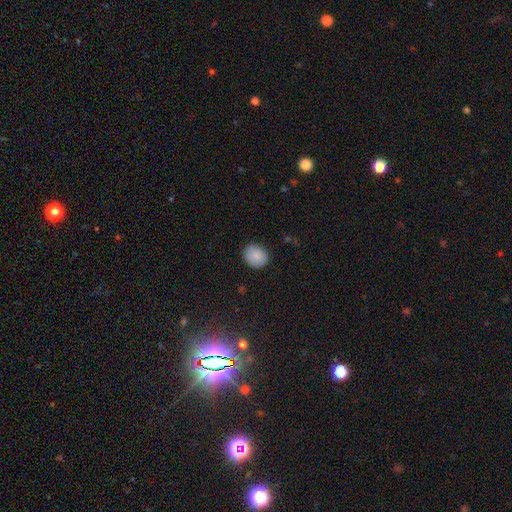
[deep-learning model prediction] This is clearly a smooth galaxy (88%). How rounded: likely round (68%). Merging: clearly none (86%).